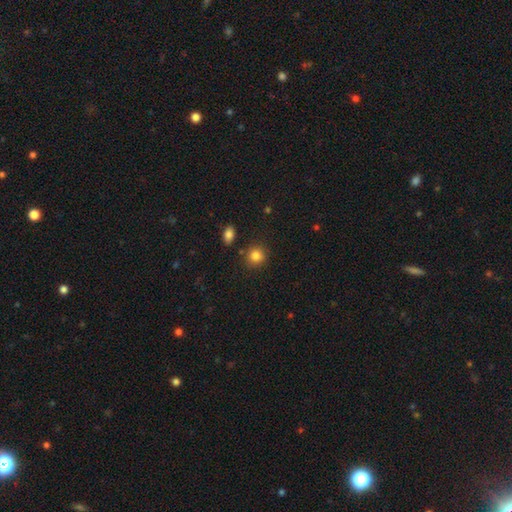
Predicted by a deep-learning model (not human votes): Q: Smooth or featured?
A: smooth (84%); runner-up: star or artifact (10%)
Q: How rounded?
A: round (86%); runner-up: in between (13%)
Q: Merging?
A: none (84%); runner-up: minor disturbance (9%)